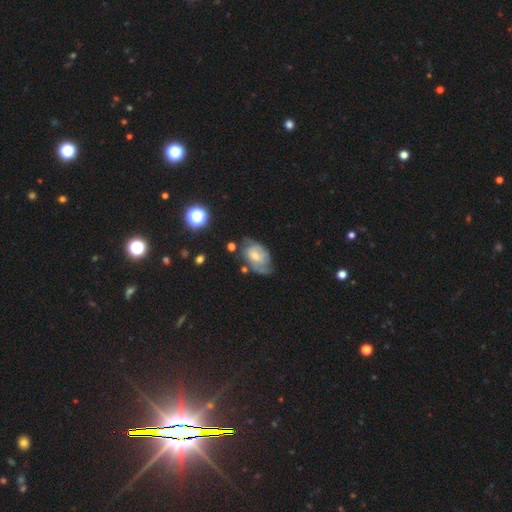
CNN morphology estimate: A featured or disk galaxy (56%) with no bar (61%), spiral arms (72%) and a moderate central bulge (47%).

Vote fractions:
- Smooth or featured? featured or disk: 56% / smooth: 36% / star or artifact: 8%
- Edge-on disk? no: 95% / yes: 5%
- Bar? no: 61% / weak: 34% / strong: 6%
- Spiral arms? yes: 72% / no: 28%
- Bulge size? moderate: 47% / small: 40% / none: 6% / large: 6% / dominant: 1%
- Merging? none: 45% / minor disturbance: 33% / major disturbance: 17% / merger: 5%